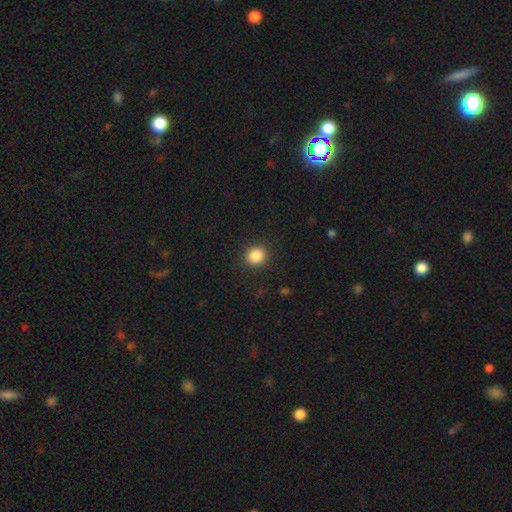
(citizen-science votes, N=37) A smooth galaxy with no disk features (95%) that is round (77%).

Vote fractions:
- Smooth or featured? smooth: 95% / star or artifact: 5% / featured or disk: 0%
- How rounded? round: 77% / in between: 23% / cigar-shaped: 0%
- Merging? none: 89% / minor disturbance: 11% / major disturbance: 0% / merger: 0%